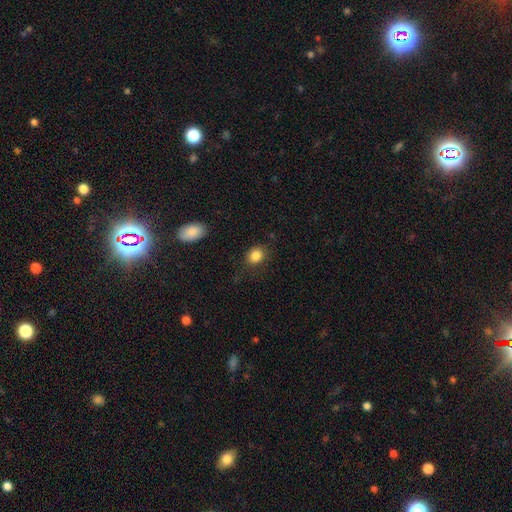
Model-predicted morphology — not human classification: The model was most divided on "how rounded": round: 62%, in between: 37%, cigar-shaped: 1%. More confident: smooth or featured — smooth (85%); merging — none (80%).